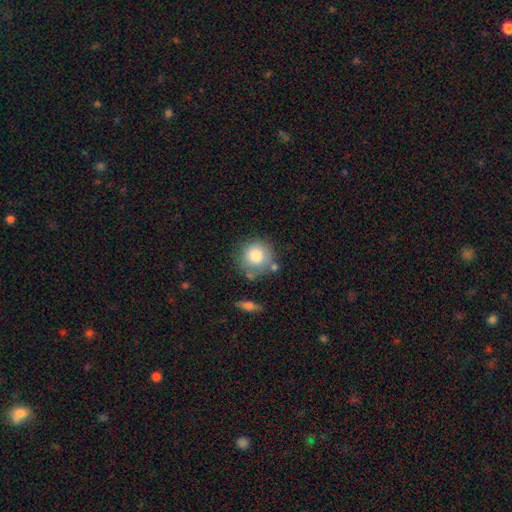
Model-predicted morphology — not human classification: This is clearly a smooth galaxy (80%). How rounded: clearly round (91%). Merging: likely none (67%).